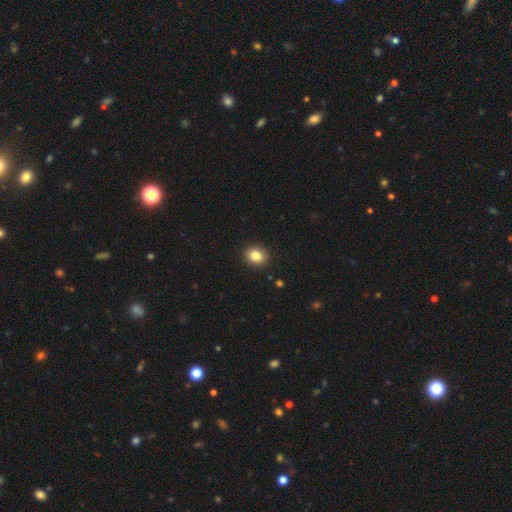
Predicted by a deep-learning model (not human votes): This is clearly a smooth galaxy (84%). How rounded: likely round (63%). Merging: clearly none (91%).